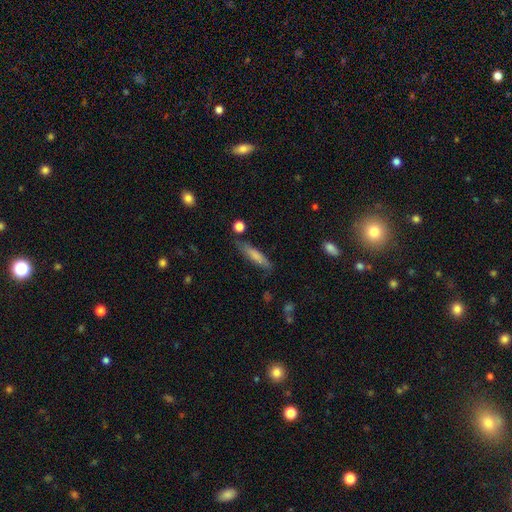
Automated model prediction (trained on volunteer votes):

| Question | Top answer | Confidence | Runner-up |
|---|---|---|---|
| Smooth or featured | smooth | 74% | featured or disk (19%) |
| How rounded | cigar-shaped | 82% | in between (17%) |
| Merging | none | 74% | minor disturbance (18%) |